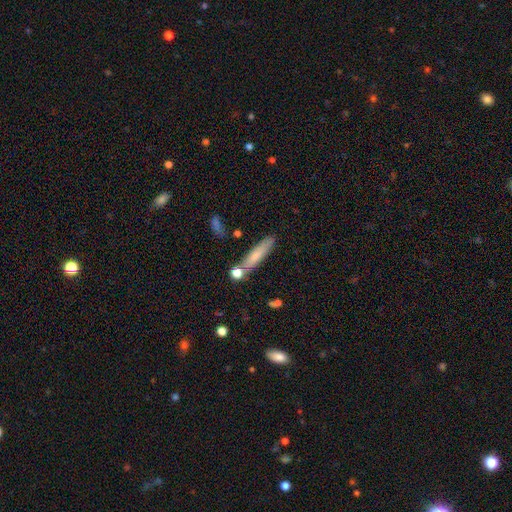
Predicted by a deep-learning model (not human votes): smooth_or_featured: smooth (p=0.70) [alt: featured or disk p=0.22]
how_rounded: cigar-shaped (p=0.85) [alt: in between p=0.13]
merging: none (p=0.76) [alt: minor disturbance p=0.13]